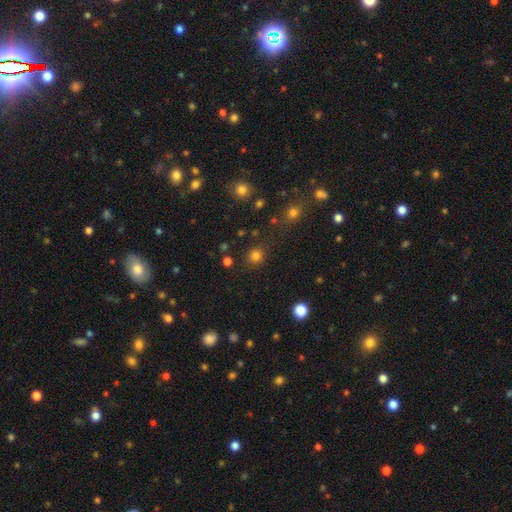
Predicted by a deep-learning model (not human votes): Smooth or featured: smooth — 79% (star or artifact — 16%)
How rounded: round — 89% (in between — 10%)
Merging: none — 84% (minor disturbance — 9%)